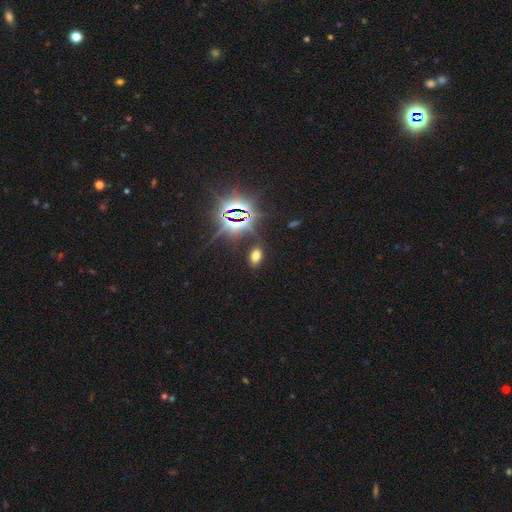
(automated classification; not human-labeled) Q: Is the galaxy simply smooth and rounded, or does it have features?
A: smooth — 57%.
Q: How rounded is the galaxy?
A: in between — 88%.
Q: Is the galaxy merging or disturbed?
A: none — 86%.